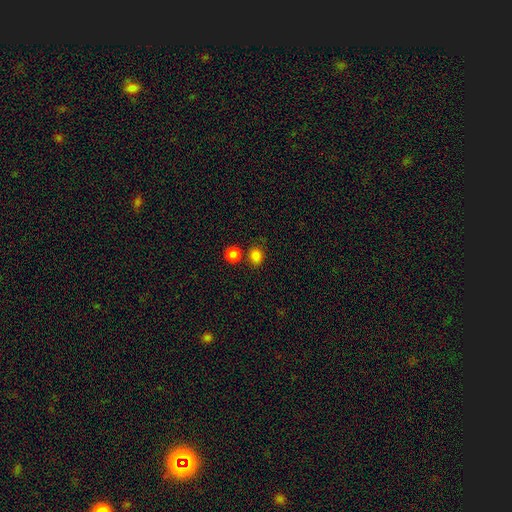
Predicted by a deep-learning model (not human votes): smooth-or-featured: smooth: 83% | star or artifact: 13% | featured or disk: 4%
  how-rounded: round: 71% | in between: 29% | cigar-shaped: 1%
  merging: none: 71% | merger: 16% | minor disturbance: 9% | major disturbance: 3%